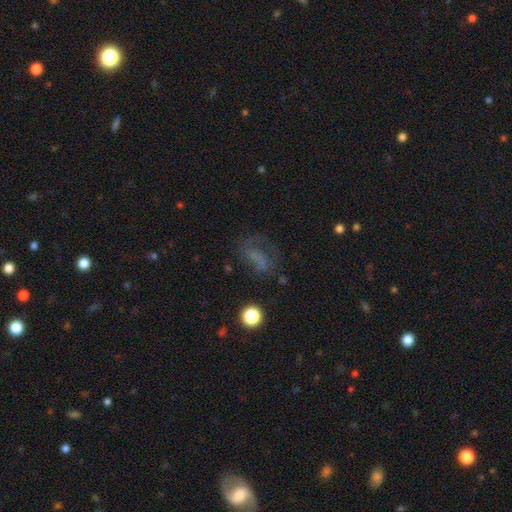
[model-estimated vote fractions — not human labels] Morphology: type=featured or disk (36%, tied with smooth); merging=none (48%).